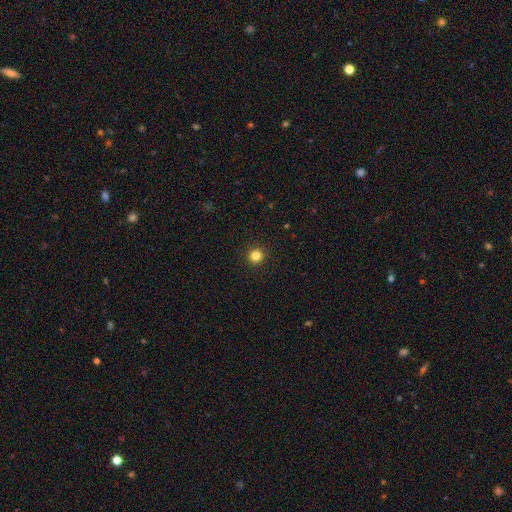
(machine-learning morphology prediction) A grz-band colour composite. It shows a smooth galaxy with no disk features (83%) that is round (96%). Merging: none (93%).